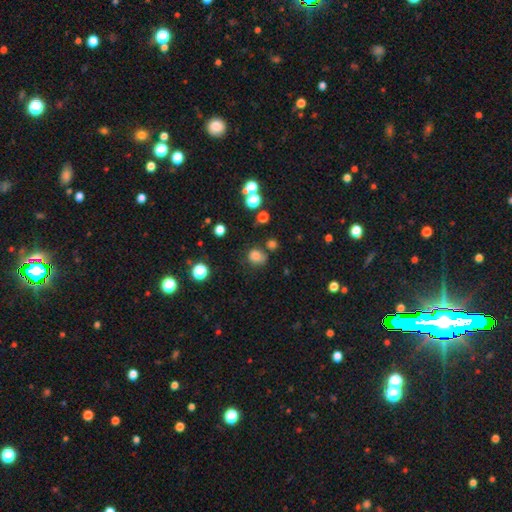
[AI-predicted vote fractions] smooth-or-featured: smooth: 77% | star or artifact: 17% | featured or disk: 6%
  how-rounded: round: 73% | in between: 26% | cigar-shaped: 1%
  merging: none: 65% | minor disturbance: 19% | merger: 10% | major disturbance: 7%